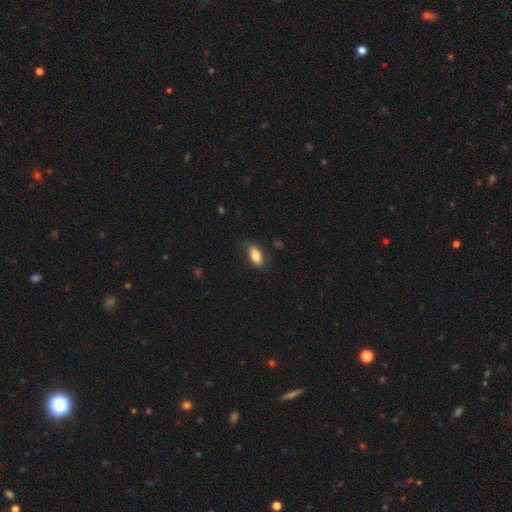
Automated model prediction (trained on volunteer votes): smooth_or_featured: smooth (p=0.85) [alt: featured or disk p=0.08]
how_rounded: in between (p=0.90) [alt: cigar-shaped p=0.06]
merging: none (p=0.81) [alt: minor disturbance p=0.15]